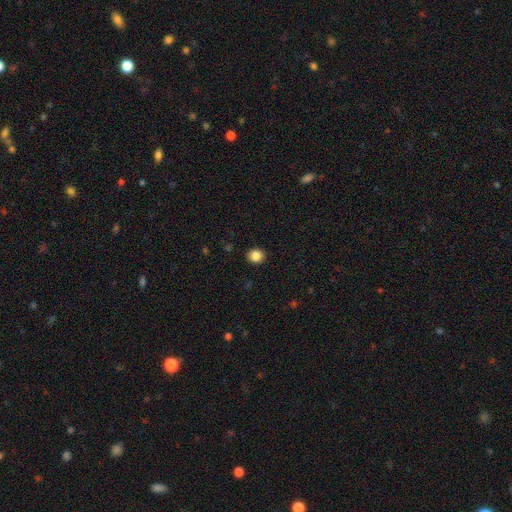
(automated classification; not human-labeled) Smooth or featured?
  - smooth: 86% *
  - star or artifact: 10%
  - featured or disk: 4%
How rounded?
  - round: 81% *
  - in between: 18%
  - cigar-shaped: 1%
Merging?
  - none: 91% *
  - minor disturbance: 6%
  - major disturbance: 2%
  - merger: 1%